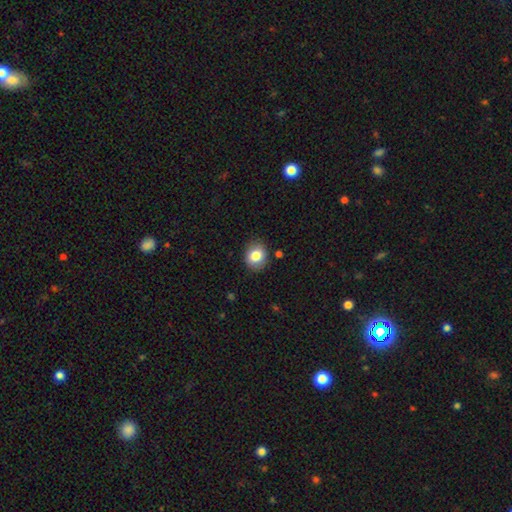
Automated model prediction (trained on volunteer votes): Q: Smooth or featured?
A: smooth (82%); runner-up: star or artifact (9%)
Q: How rounded?
A: round (64%); runner-up: in between (35%)
Q: Merging?
A: none (86%); runner-up: minor disturbance (10%)